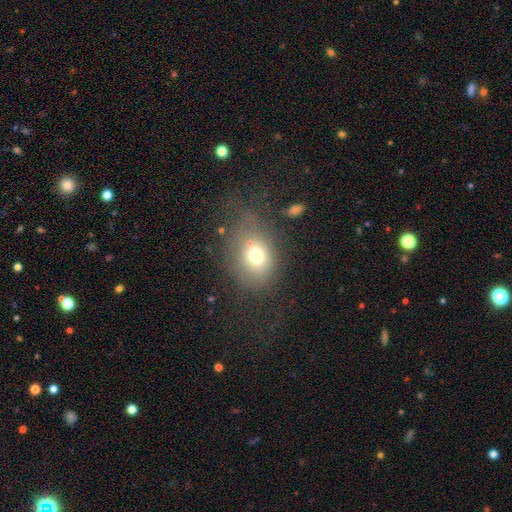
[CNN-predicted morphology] A smooth galaxy with no disk features (70%) that is in between round and cigar-shaped (56%). Merging: none (44%).